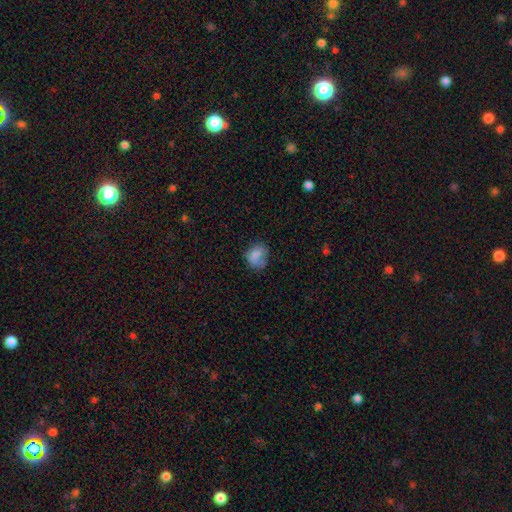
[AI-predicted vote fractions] Smooth or featured? smooth (80%)
How rounded? in between (50%)
Merging? none (57%)